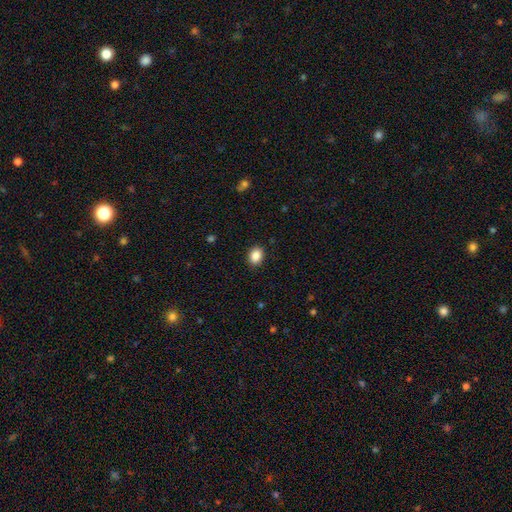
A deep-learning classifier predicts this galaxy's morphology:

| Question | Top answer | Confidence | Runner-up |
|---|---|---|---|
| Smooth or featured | smooth | 88% | star or artifact (9%) |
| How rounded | in between | 64% | round (35%) |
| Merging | none | 89% | minor disturbance (8%) |